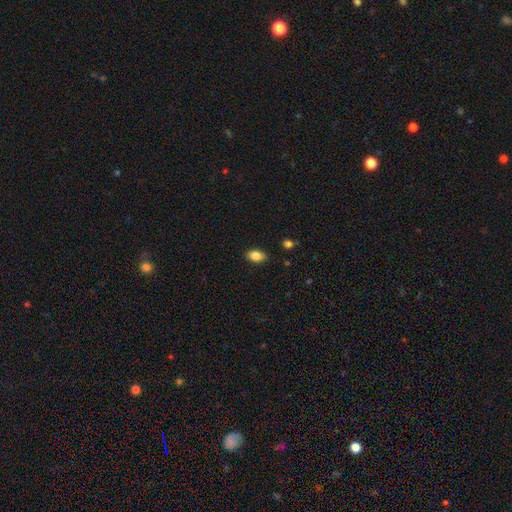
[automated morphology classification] Smooth or featured: smooth — 84% (star or artifact — 8%)
How rounded: in between — 88% (round — 10%)
Merging: none — 86% (minor disturbance — 10%)